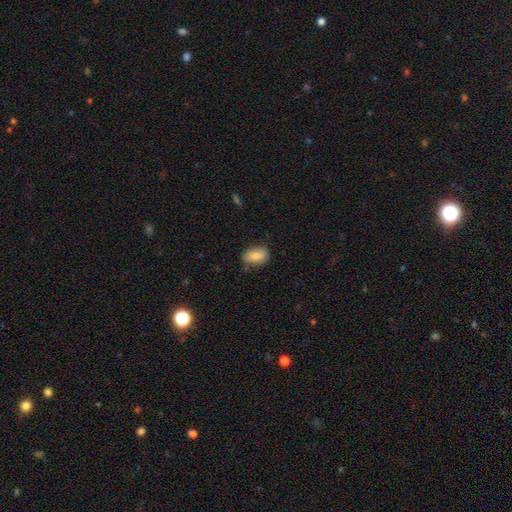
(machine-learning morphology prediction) Smooth or featured?
  - smooth: 83% *
  - featured or disk: 10%
  - star or artifact: 7%
How rounded?
  - in between: 89% *
  - round: 8%
  - cigar-shaped: 3%
Merging?
  - none: 74% *
  - minor disturbance: 21%
  - major disturbance: 4%
  - merger: 2%